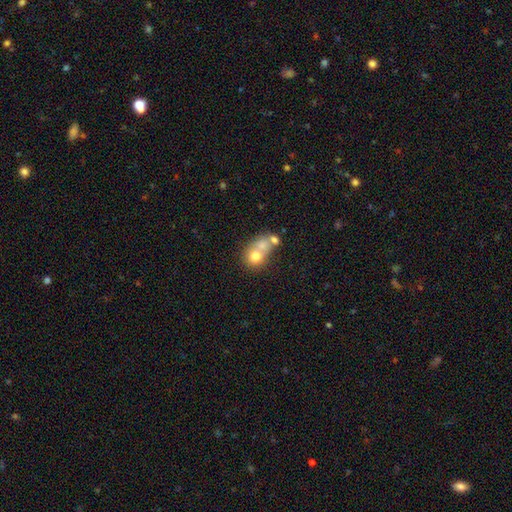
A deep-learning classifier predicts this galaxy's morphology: Smooth or featured? Predicted: smooth (p=0.68). How rounded? Predicted: round (p=0.64). Merging? Predicted: merger (p=0.62).